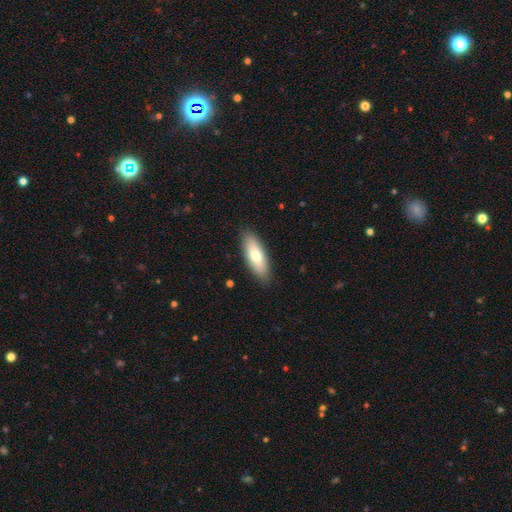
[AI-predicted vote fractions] This appears to be a smooth galaxy with no disk features (71%) that is in between round and cigar-shaped (69%). Merging: none (89%).